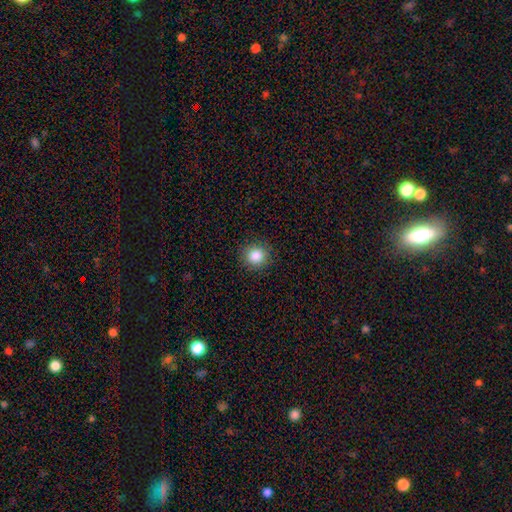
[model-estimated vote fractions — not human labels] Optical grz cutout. It shows a smooth galaxy with no disk features (86%) that is round (88%). Merging: none (90%).